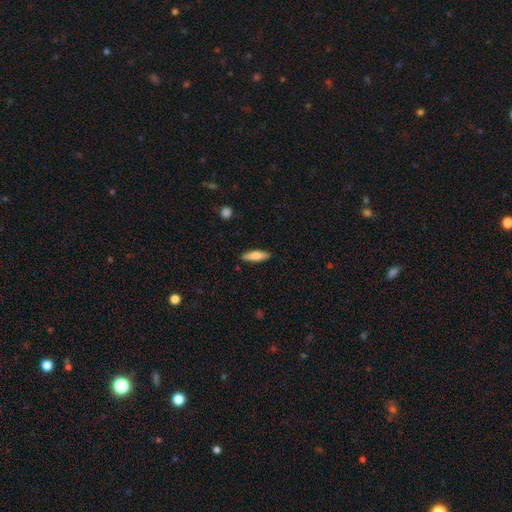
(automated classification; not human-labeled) Smooth or featured? smooth (75%)
How rounded? cigar-shaped (63%)
Merging? none (88%)